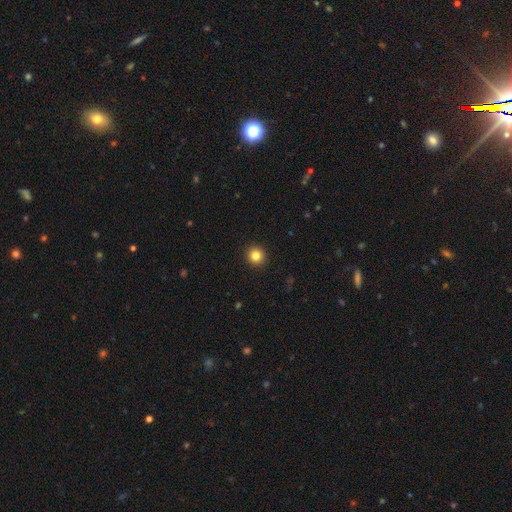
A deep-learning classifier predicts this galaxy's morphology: type=smooth (84%); roundness=round (94%); merging=none (93%).